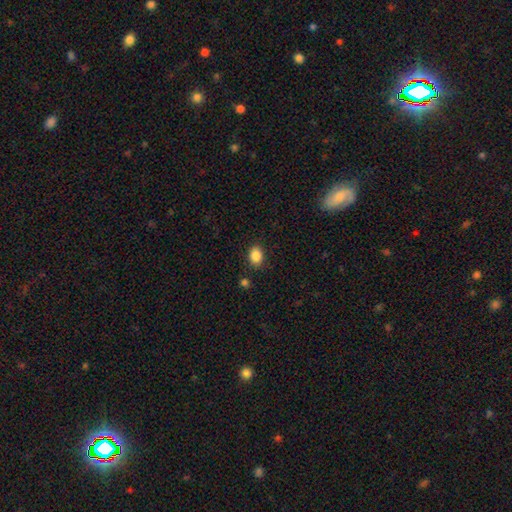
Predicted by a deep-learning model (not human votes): The model was most divided on "how rounded": in between: 63%, round: 36%, cigar-shaped: 1%. More confident: smooth or featured — smooth (87%); merging — none (84%).